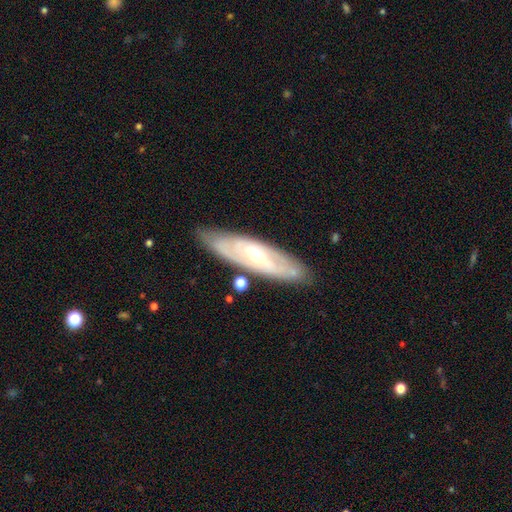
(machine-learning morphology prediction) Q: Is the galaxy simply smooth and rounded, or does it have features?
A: featured or disk — 73%.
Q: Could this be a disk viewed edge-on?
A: no — 73%.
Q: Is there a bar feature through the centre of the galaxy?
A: no — 46%.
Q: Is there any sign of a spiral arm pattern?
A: yes — 65%.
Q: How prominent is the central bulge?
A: moderate — 58%.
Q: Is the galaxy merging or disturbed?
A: none — 81%.